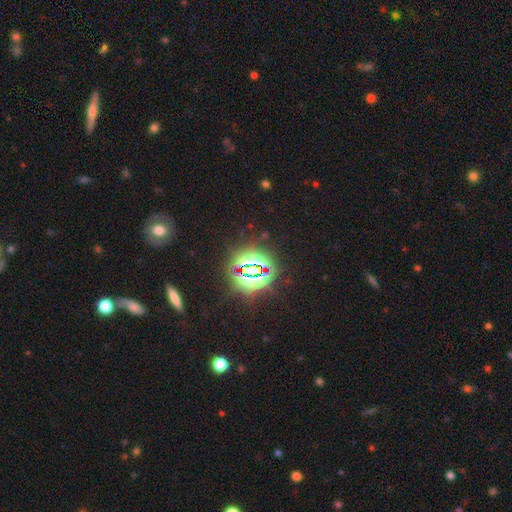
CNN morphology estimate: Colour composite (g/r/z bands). It shows a star or artifact, not a galaxy (79%).